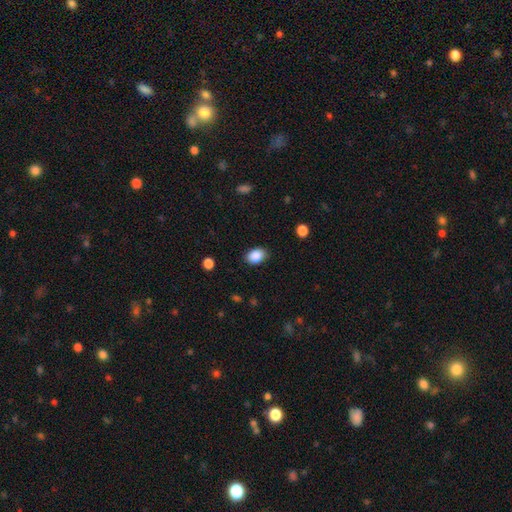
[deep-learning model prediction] A smooth galaxy with no disk features (89%) that is in between round and cigar-shaped (76%). Merging: none (84%).